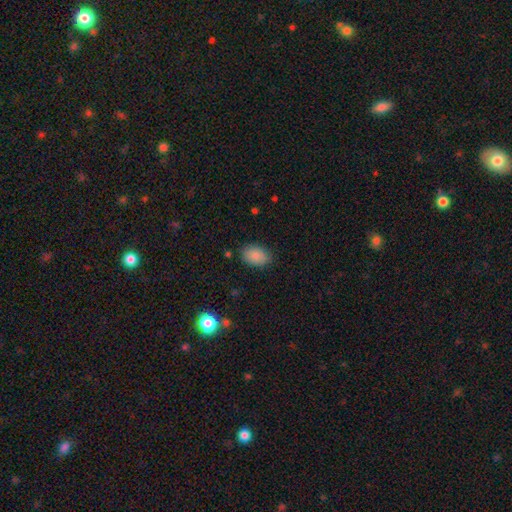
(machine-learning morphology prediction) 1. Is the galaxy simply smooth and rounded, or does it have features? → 87% smooth, 8% star or artifact, 5% featured or disk.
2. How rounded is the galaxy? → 88% in between, 11% round, 1% cigar-shaped.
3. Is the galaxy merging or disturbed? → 85% none, 11% minor disturbance, 3% major disturbance, 1% merger.